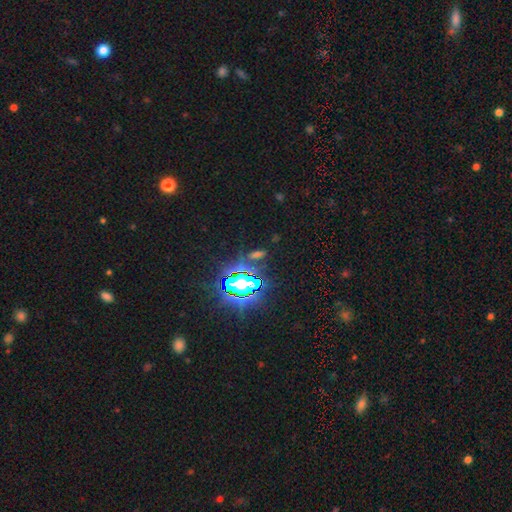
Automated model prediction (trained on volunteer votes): Q: Smooth or featured?
A: star or artifact (69%); runner-up: smooth (20%)